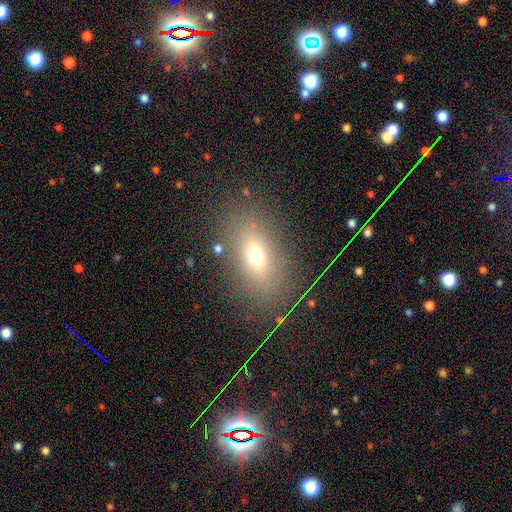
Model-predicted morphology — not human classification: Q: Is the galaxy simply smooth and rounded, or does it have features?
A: smooth — 63%.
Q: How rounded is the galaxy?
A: in between — 77%.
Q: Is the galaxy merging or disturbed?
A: none — 83%.